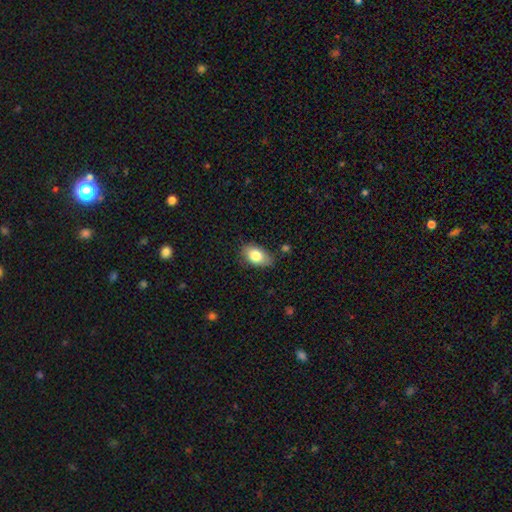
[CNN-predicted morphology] Smooth or featured: smooth — 80% (featured or disk — 12%)
How rounded: in between — 89% (round — 9%)
Merging: none — 77% (minor disturbance — 18%)